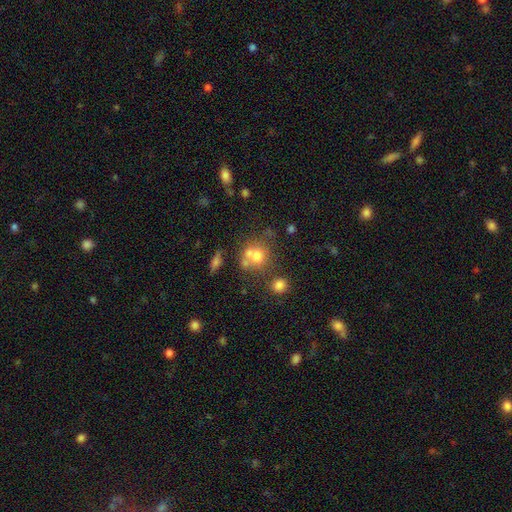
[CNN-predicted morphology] Smooth or featured: smooth — 67% (featured or disk — 19%)
How rounded: round — 75% (in between — 24%)
Merging: none — 41% (merger — 37%)